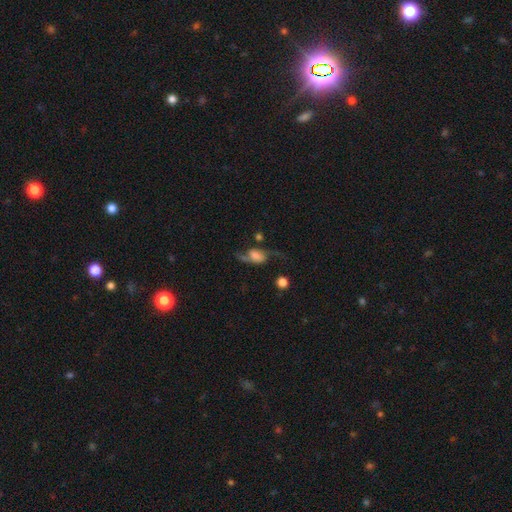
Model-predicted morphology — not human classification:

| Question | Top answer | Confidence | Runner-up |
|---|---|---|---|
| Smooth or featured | featured or disk | 67% | smooth (24%) |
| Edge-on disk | no | 92% | yes (8%) |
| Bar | no | 48% | weak (37%) |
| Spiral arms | yes | 91% | no (9%) |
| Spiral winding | loose | 84% | medium (13%) |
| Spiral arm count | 2 | 92% | 1 (3%) |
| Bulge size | large | 31% | none (21%) |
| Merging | none | 53% | major disturbance (22%) |